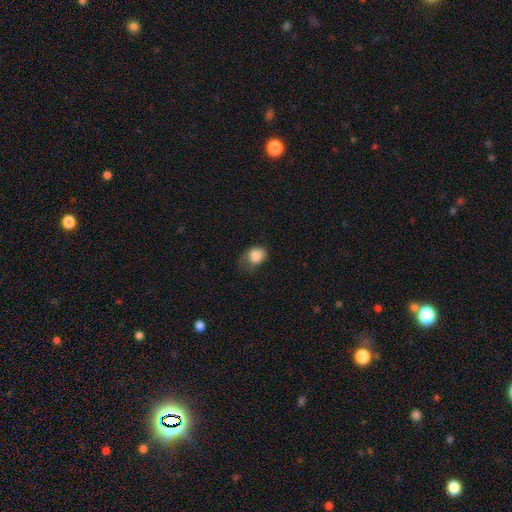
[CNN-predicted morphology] This appears to be a smooth galaxy with no disk features (85%) that is round (55%). Merging: minor disturbance (37%, tied with none).